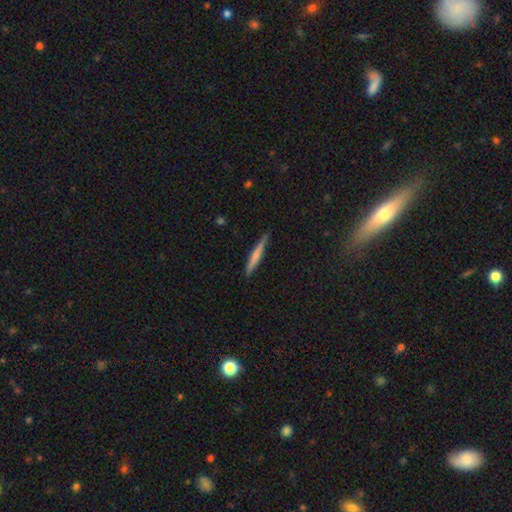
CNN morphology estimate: Smooth or featured: smooth — 53% (featured or disk — 41%)
How rounded: cigar-shaped — 95% (in between — 4%)
Merging: none — 88% (minor disturbance — 9%)